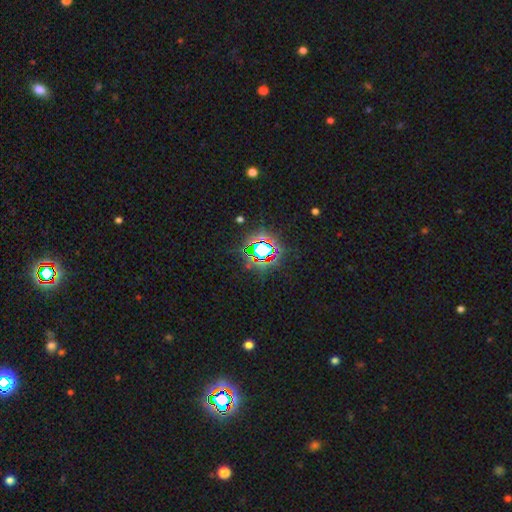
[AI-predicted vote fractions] This is likely a star or artifact rather than a galaxy (75%).